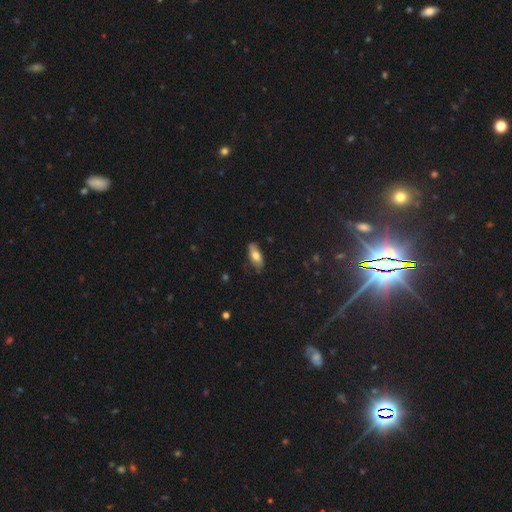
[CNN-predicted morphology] smooth 69%, featured or disk 24%, star or artifact 7%. Down the decision tree: how rounded — in between (84%); merging — none (77%).